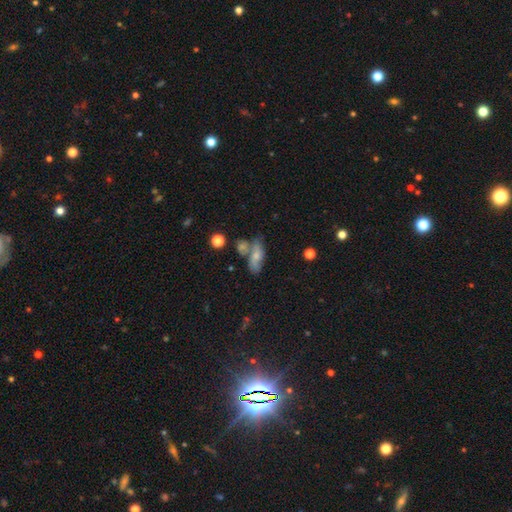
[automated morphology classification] smooth 56%, featured or disk 34%, star or artifact 10%. Down the decision tree: how rounded — in between (73%); merging — none (39%).